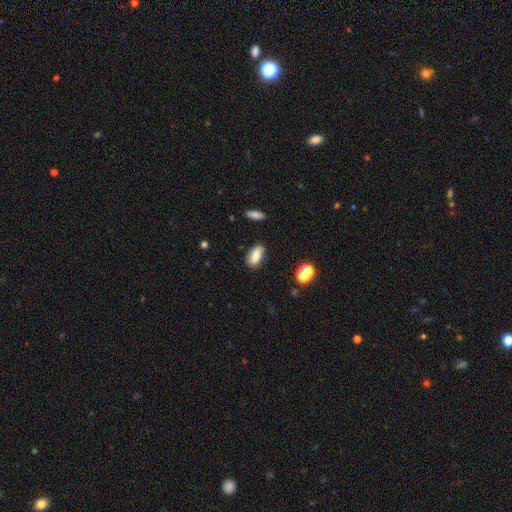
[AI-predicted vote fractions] The model was most divided on "smooth or featured": smooth: 74%, featured or disk: 17%, star or artifact: 9%. More confident: how rounded — in between (88%); merging — none (80%).